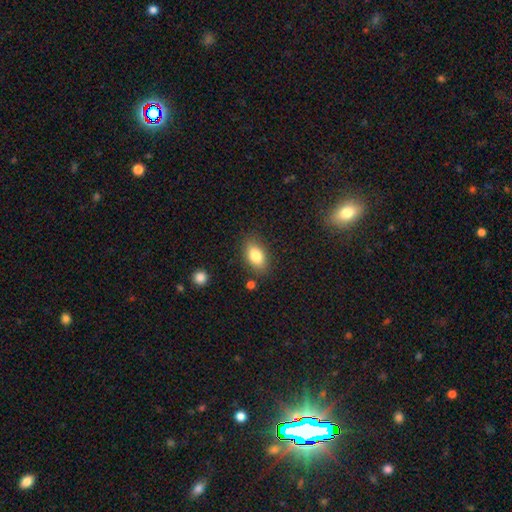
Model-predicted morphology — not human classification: Q: Smooth or featured?
A: smooth (83%); runner-up: featured or disk (9%)
Q: How rounded?
A: in between (89%); runner-up: round (8%)
Q: Merging?
A: none (83%); runner-up: minor disturbance (11%)